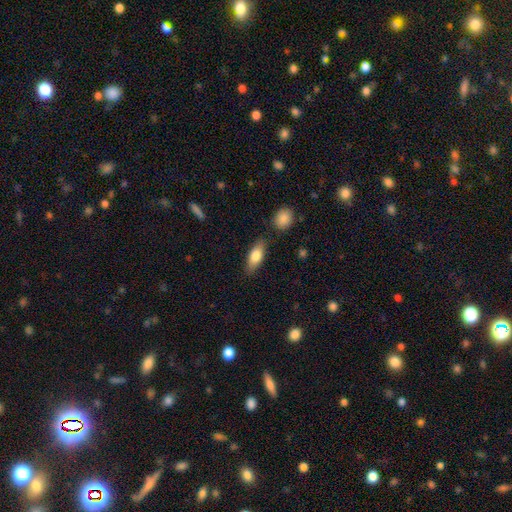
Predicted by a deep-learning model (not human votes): Smooth or featured: smooth — 76% (featured or disk — 18%)
How rounded: in between — 75% (cigar-shaped — 22%)
Merging: none — 82% (minor disturbance — 12%)